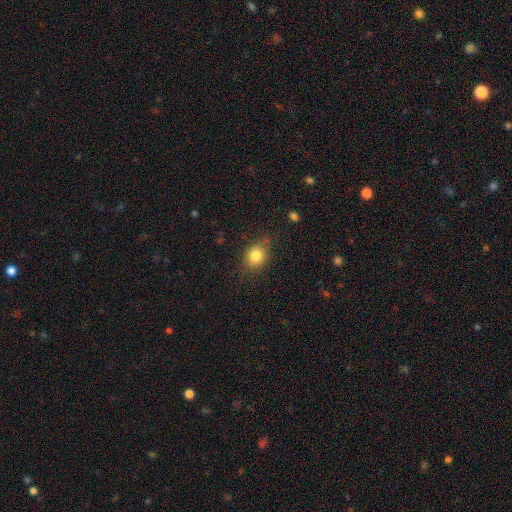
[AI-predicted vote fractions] Smooth or featured? smooth (82%)
How rounded? round (52%)
Merging? none (79%)